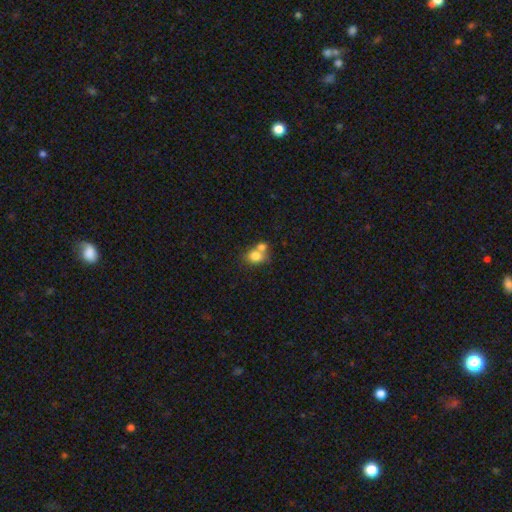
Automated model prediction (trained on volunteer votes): smooth_or_featured: smooth (p=0.78) [alt: featured or disk p=0.12]
how_rounded: in between (p=0.50) [alt: round p=0.49]
merging: merger (p=0.50) [alt: none p=0.37]